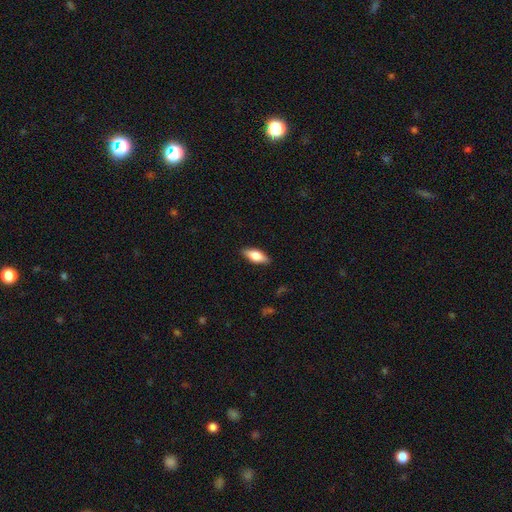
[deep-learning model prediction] smooth-or-featured: smooth: 72% | featured or disk: 22% | star or artifact: 6%
  how-rounded: in between: 74% | cigar-shaped: 24% | round: 2%
  merging: none: 88% | minor disturbance: 9% | major disturbance: 2% | merger: 1%